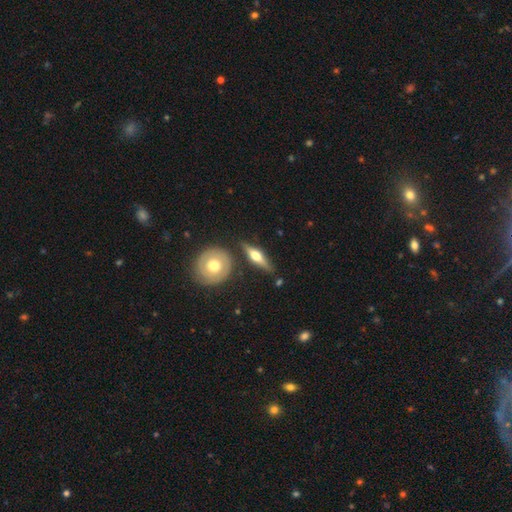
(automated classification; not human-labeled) Smooth or featured? Predicted: featured or disk (p=0.67). Edge-on disk? Predicted: yes (p=0.89). Edge-on bulge? Predicted: rounded (p=0.94). Merging? Predicted: none (p=0.79).